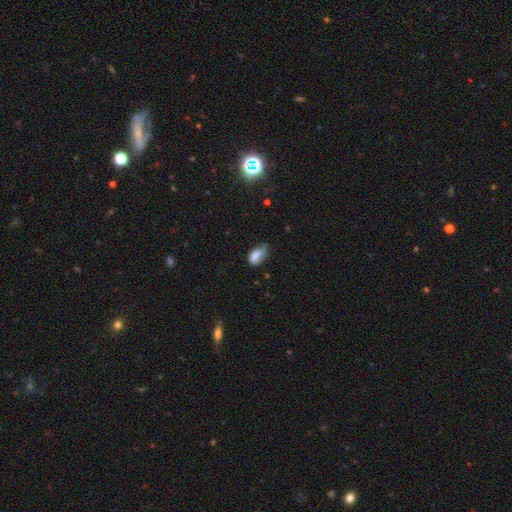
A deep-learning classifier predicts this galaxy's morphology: Smooth or featured?
  - smooth: 79% *
  - featured or disk: 12%
  - star or artifact: 9%
How rounded?
  - in between: 89% *
  - cigar-shaped: 6%
  - round: 5%
Merging?
  - minor disturbance: 43% *
  - none: 39%
  - major disturbance: 15%
  - merger: 3%